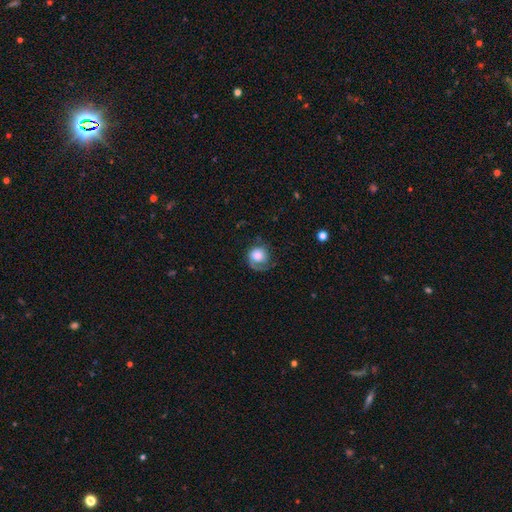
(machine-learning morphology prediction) Q: Smooth or featured?
A: smooth (52%); runner-up: featured or disk (40%)
Q: How rounded?
A: round (79%); runner-up: in between (21%)
Q: Merging?
A: none (49%); runner-up: major disturbance (26%)